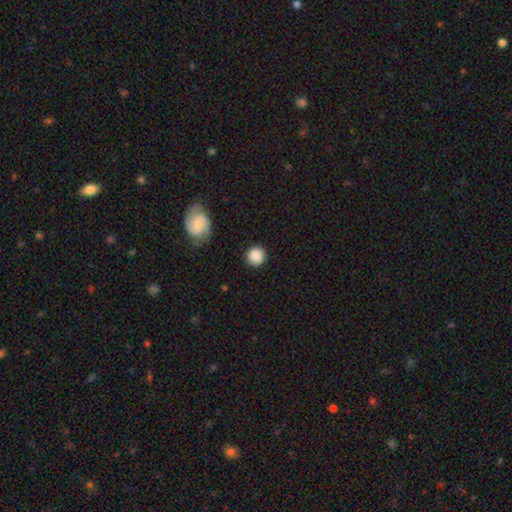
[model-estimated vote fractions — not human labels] smooth_or_featured: smooth (p=0.84) [alt: star or artifact p=0.08]
how_rounded: round (p=0.92) [alt: in between p=0.07]
merging: none (p=0.86) [alt: minor disturbance p=0.09]